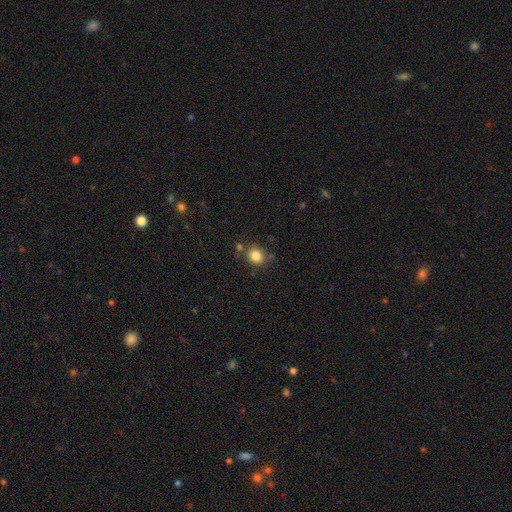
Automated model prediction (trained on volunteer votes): Smooth or featured? Predicted: smooth (p=0.83). How rounded? Predicted: round (p=0.75). Merging? Predicted: none (p=0.73).